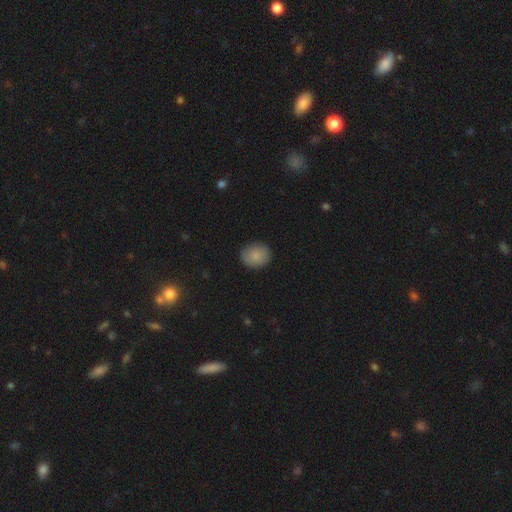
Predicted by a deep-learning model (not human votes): A smooth galaxy with no disk features (86%) that is round (64%). Merging: none (87%).